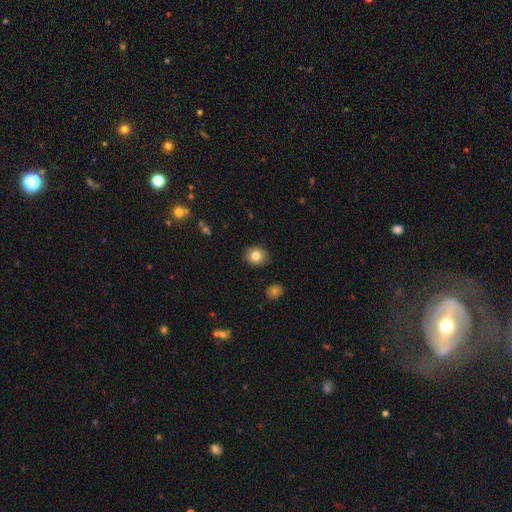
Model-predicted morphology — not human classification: Smooth or featured? Predicted: smooth (p=0.82). How rounded? Predicted: round (p=0.73). Merging? Predicted: none (p=0.90).